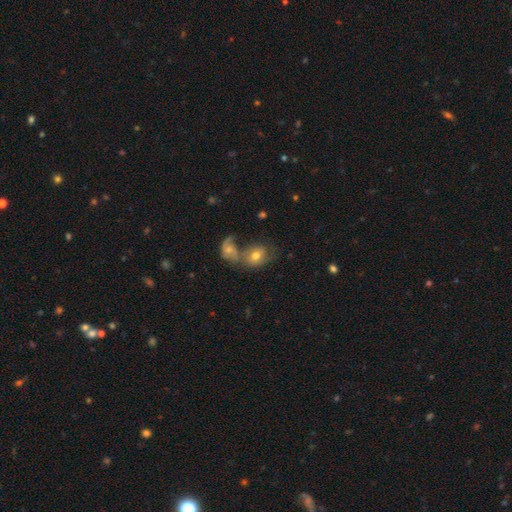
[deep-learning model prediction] A smooth galaxy with no disk features (60%) that is in between round and cigar-shaped (58%).

Vote fractions:
- Smooth or featured? smooth: 60% / featured or disk: 31% / star or artifact: 9%
- How rounded? in between: 58% / round: 40% / cigar-shaped: 1%
- Merging? merger: 57% / none: 21% / major disturbance: 11% / minor disturbance: 10%